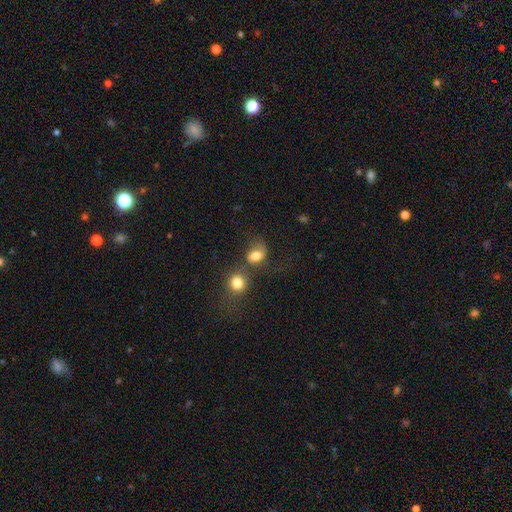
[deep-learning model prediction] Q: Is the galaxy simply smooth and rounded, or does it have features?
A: smooth — 74%.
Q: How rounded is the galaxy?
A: in between — 54%.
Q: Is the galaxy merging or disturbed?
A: merger — 34%, tied with none.